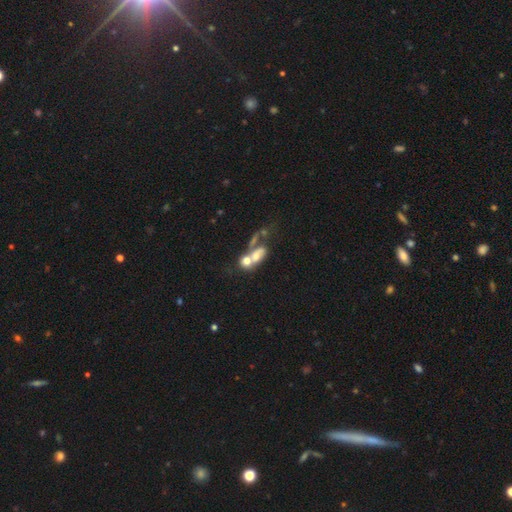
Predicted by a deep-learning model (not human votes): The model was most divided on "smooth or featured": smooth: 50%, featured or disk: 38%, star or artifact: 12%. More confident: merging — merger (65%); how rounded — in between (63%).